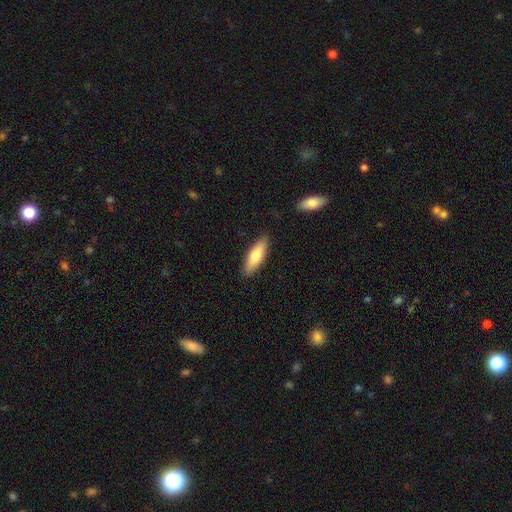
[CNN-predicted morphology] type=smooth (68%); roundness=cigar-shaped (52%); merging=none (87%).